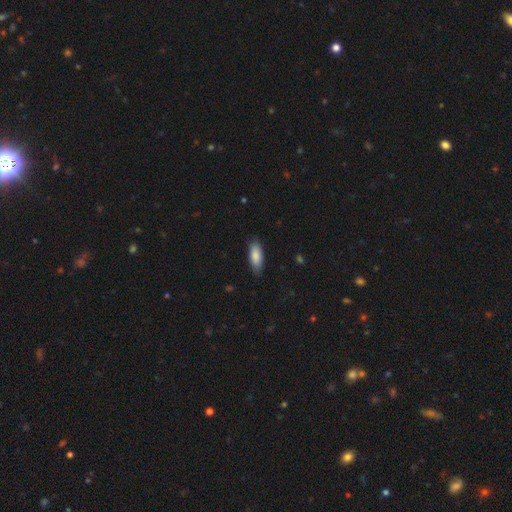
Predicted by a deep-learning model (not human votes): A smooth galaxy with no disk features (86%) that is in between round and cigar-shaped (76%).

Vote fractions:
- Smooth or featured? smooth: 86% / featured or disk: 8% / star or artifact: 6%
- How rounded? in between: 76% / cigar-shaped: 23% / round: 2%
- Merging? none: 83% / minor disturbance: 13% / major disturbance: 2% / merger: 1%